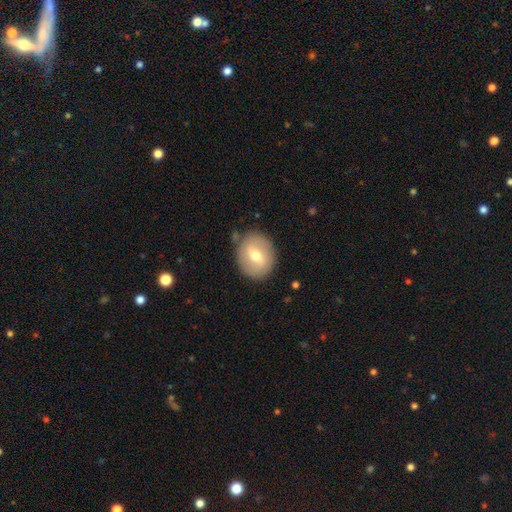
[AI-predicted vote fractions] Morphology: type=smooth (59%); roundness=round (62%); merging=none (83%).